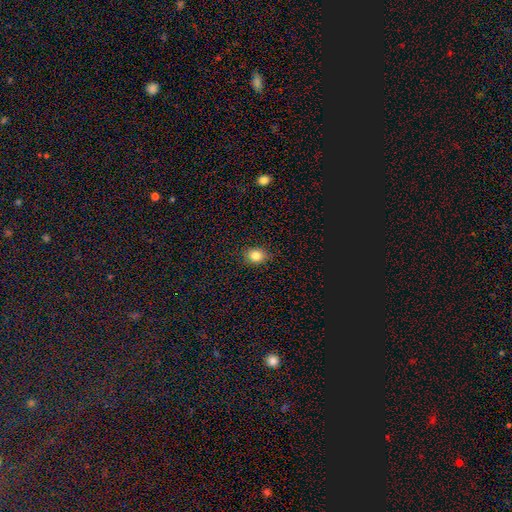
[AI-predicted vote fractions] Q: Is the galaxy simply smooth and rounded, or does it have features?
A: smooth — 85%.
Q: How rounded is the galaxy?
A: in between — 50%.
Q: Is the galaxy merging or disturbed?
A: none — 87%.